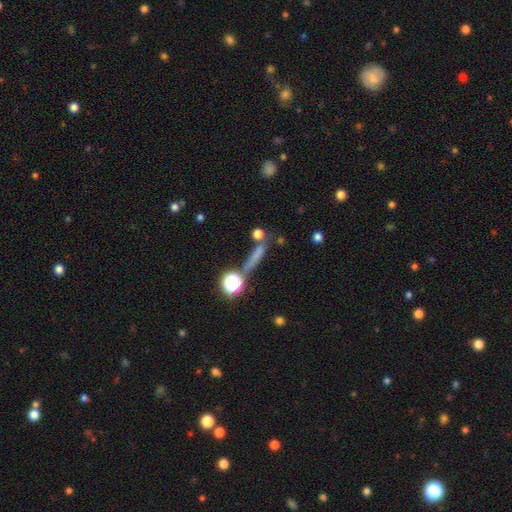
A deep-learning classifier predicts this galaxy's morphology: Smooth or featured?
  - smooth: 54% *
  - star or artifact: 25%
  - featured or disk: 21%
How rounded?
  - cigar-shaped: 69% *
  - round: 16%
  - in between: 14%
Merging?
  - none: 65% *
  - minor disturbance: 14%
  - merger: 13%
  - major disturbance: 8%